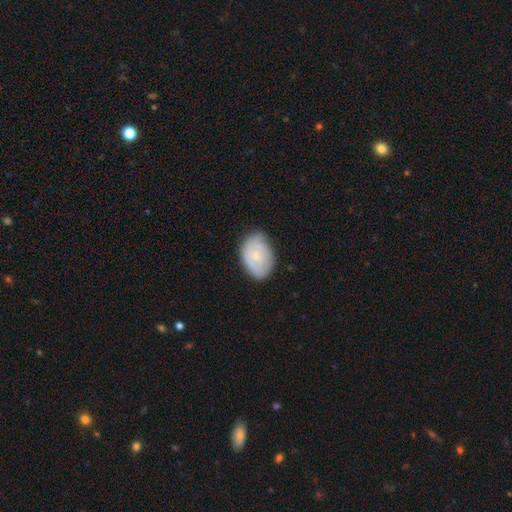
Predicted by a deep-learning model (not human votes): Overall: smooth (58%; featured or disk 35%). How rounded: in between (84%). Merging: none (67%).